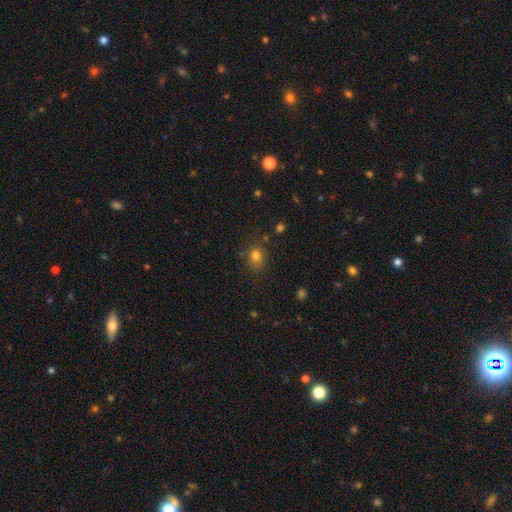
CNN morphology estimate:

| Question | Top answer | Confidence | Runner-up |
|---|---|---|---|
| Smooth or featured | smooth | 78% | star or artifact (15%) |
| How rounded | round | 66% | in between (33%) |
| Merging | none | 77% | minor disturbance (15%) |